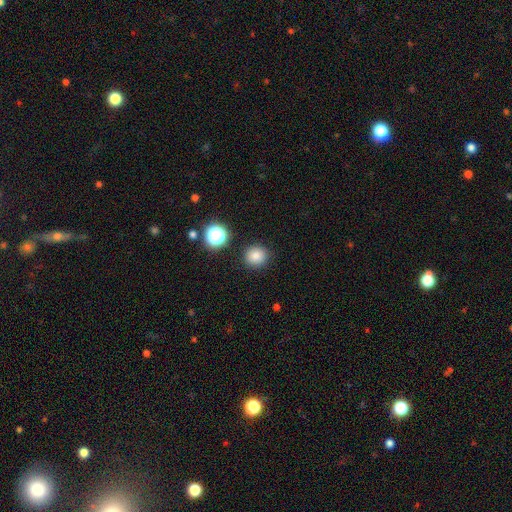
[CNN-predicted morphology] This appears to be a smooth galaxy with no disk features (80%) that is round (89%). Merging: none (89%).